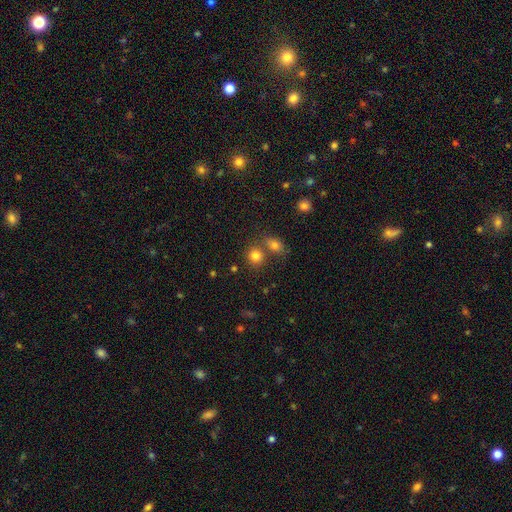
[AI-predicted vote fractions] smooth 80%, star or artifact 13%, featured or disk 7%. Down the decision tree: how rounded — round (79%); merging — none (62%).